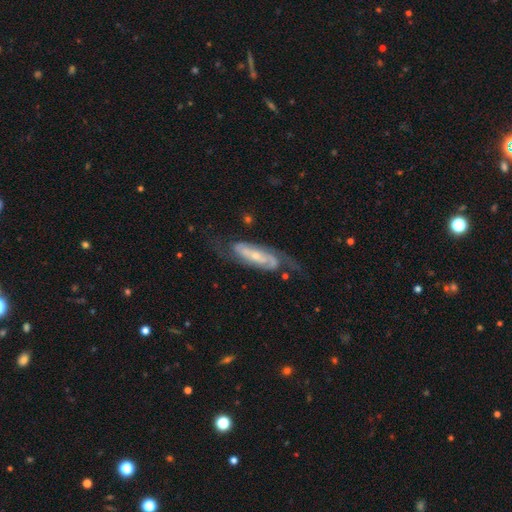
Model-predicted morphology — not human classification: smooth-or-featured: featured or disk: 85% | smooth: 9% | star or artifact: 5%
  disk-edge-on: no: 90% | yes: 10%
    bar: no: 37% | strong: 33% | weak: 30%
    has-spiral-arms: yes: 95% | no: 5%
      spiral-winding: medium: 44% | tight: 36% | loose: 20%
      spiral-arm-count: 2: 86% | can't tell: 7% | 3: 3% | 1: 2% | 4: 1% | more than 4: 1%
    bulge-size: small: 65% | moderate: 30% | none: 2% | large: 2% | dominant: 1%
  merging: none: 67% | minor disturbance: 18% | major disturbance: 13% | merger: 2%